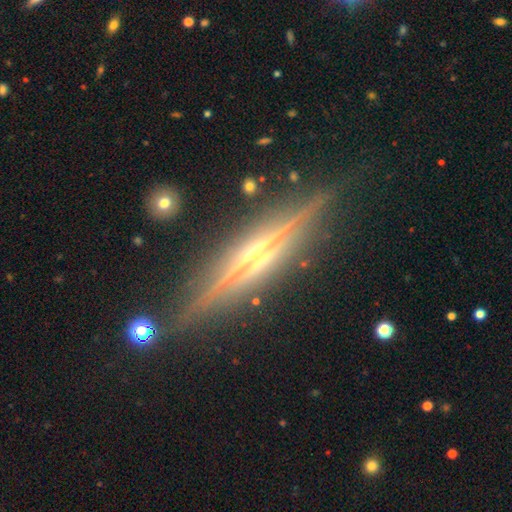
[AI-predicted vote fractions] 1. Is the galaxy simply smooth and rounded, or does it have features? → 88% featured or disk, 7% star or artifact, 6% smooth.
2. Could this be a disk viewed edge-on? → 97% yes, 3% no.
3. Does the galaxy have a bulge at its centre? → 71% rounded, 17% none, 12% boxy.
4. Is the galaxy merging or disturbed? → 87% none, 9% minor disturbance, 2% major disturbance, 2% merger.